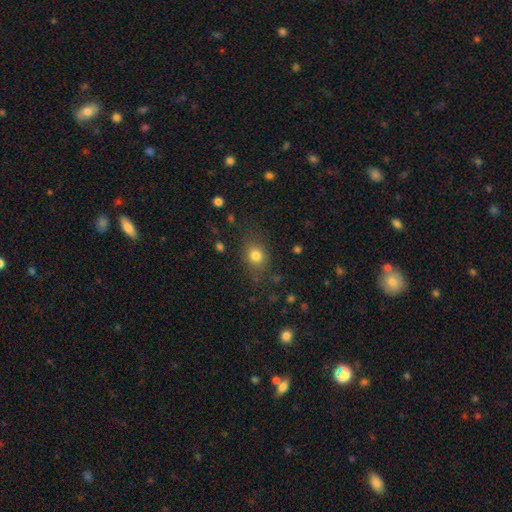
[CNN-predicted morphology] A smooth galaxy with no disk features (80%) that is round (63%). Merging: none (78%).